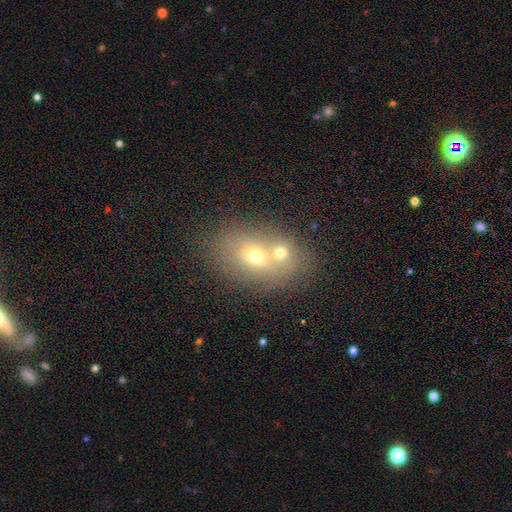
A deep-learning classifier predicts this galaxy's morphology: smooth 59%, featured or disk 27%, star or artifact 14%. Down the decision tree: how rounded — in between (61%); merging — merger (56%).